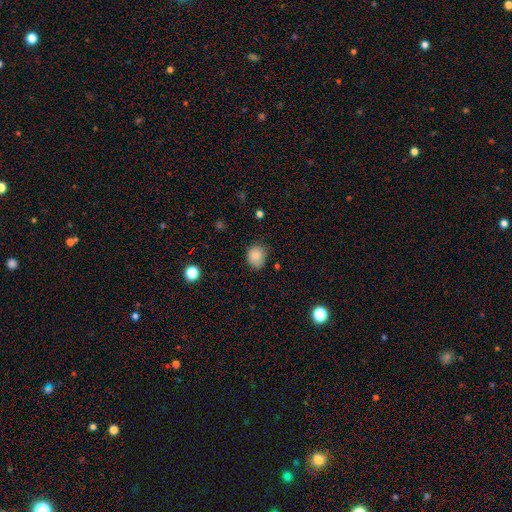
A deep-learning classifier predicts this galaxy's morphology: This is clearly a smooth galaxy (85%). How rounded: likely round (63%). Merging: likely none (67%).